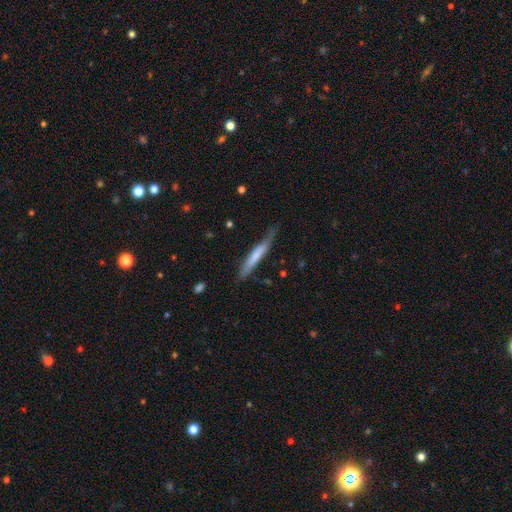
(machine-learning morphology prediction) Q: Smooth or featured?
A: smooth (60%); runner-up: featured or disk (34%)
Q: How rounded?
A: cigar-shaped (93%); runner-up: in between (6%)
Q: Merging?
A: none (60%); runner-up: minor disturbance (30%)